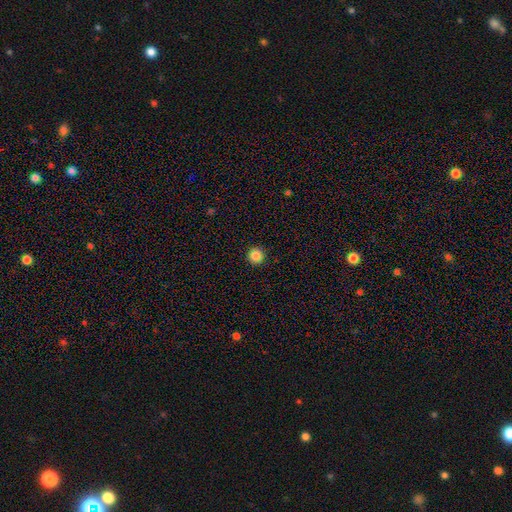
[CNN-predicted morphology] Smooth or featured?
  - smooth: 86% *
  - star or artifact: 11%
  - featured or disk: 3%
How rounded?
  - round: 96% *
  - in between: 3%
  - cigar-shaped: 1%
Merging?
  - none: 93% *
  - minor disturbance: 4%
  - major disturbance: 2%
  - merger: 1%